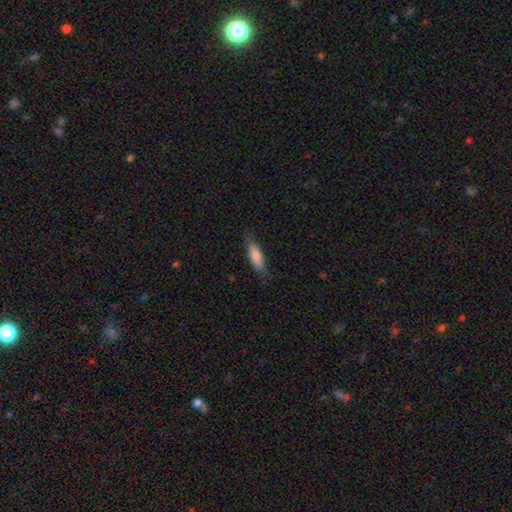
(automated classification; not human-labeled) Smooth or featured? smooth (80%)
How rounded? in between (51%)
Merging? none (76%)